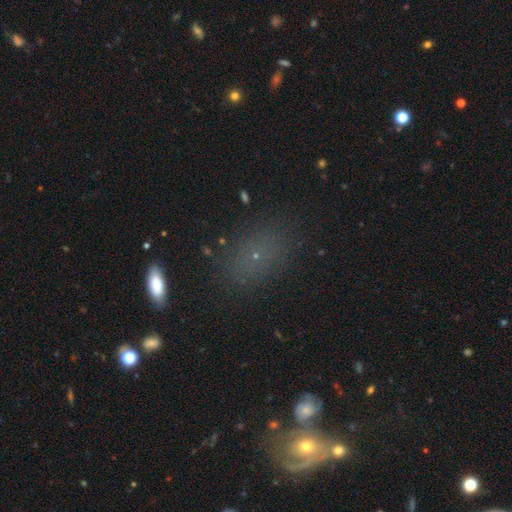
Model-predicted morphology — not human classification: type=smooth (57%); roundness=in between (70%); merging=none (81%).